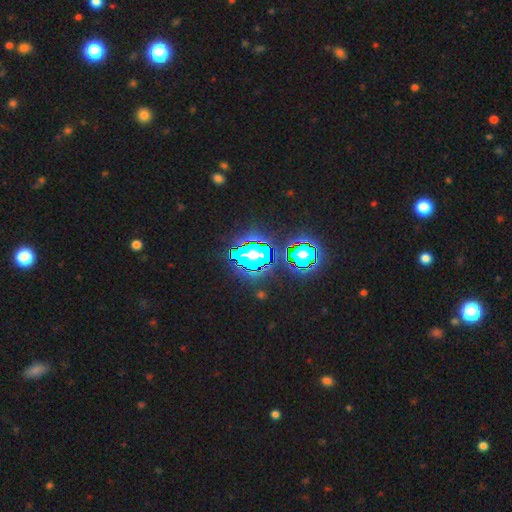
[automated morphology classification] A star or artifact, not a galaxy (79%).

Vote fractions:
- Smooth or featured? star or artifact: 79% / smooth: 12% / featured or disk: 8%